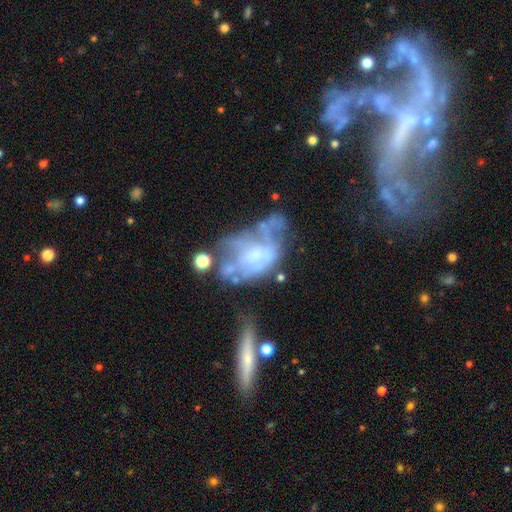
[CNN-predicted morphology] type=featured or disk (65%); edge-on=no (97%); bar=no (78%); spiral arms=no (78%); bulge=none (37%); merging=major disturbance (36%).